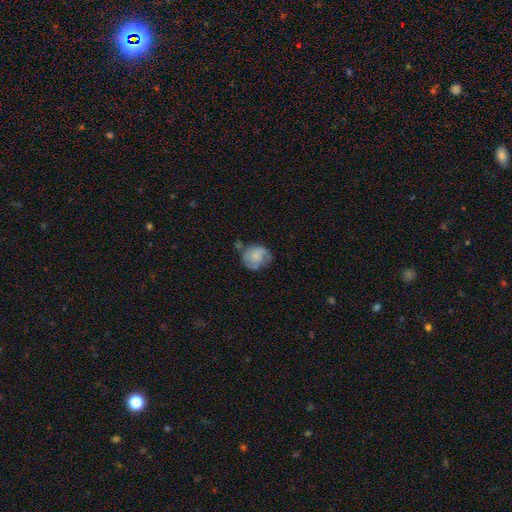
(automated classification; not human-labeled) This appears to be a smooth galaxy with no disk features (60%) that is round (72%). Merging: none (47%).